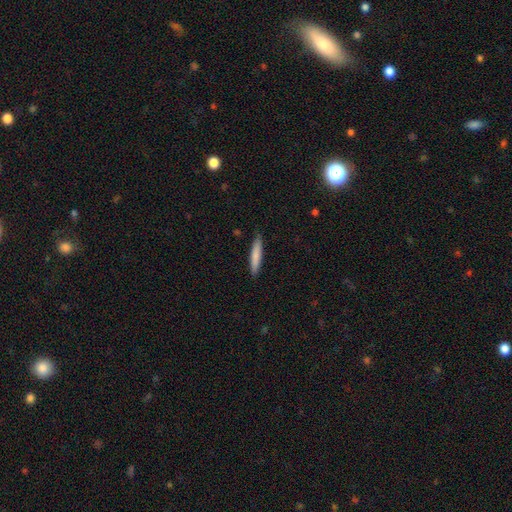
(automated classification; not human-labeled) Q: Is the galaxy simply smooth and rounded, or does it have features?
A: smooth — 78%.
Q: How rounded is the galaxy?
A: cigar-shaped — 91%.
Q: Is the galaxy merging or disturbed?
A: none — 87%.